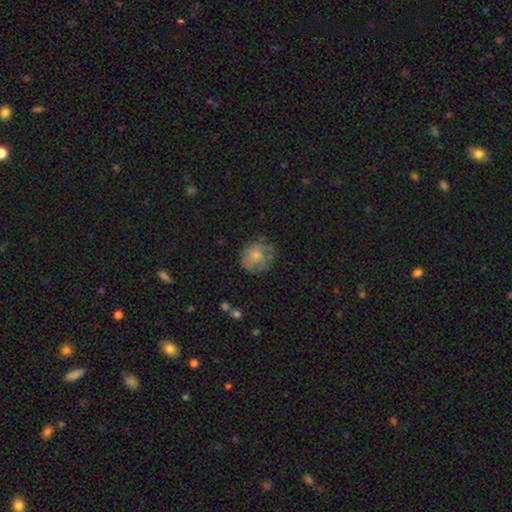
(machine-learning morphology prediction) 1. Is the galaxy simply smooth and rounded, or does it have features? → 72% smooth, 20% featured or disk, 8% star or artifact.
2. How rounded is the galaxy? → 86% round, 13% in between, 1% cigar-shaped.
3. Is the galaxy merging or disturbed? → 66% none, 23% minor disturbance, 9% major disturbance, 2% merger.